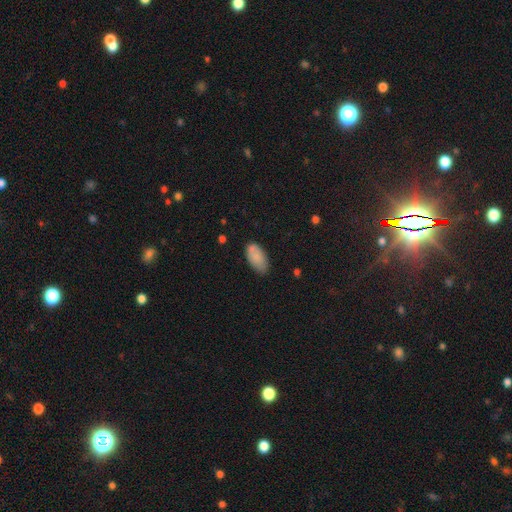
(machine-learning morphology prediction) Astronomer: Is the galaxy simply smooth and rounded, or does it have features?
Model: smooth — 84%.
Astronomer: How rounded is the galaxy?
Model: in between — 94%.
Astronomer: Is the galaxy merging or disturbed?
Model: none — 70%.